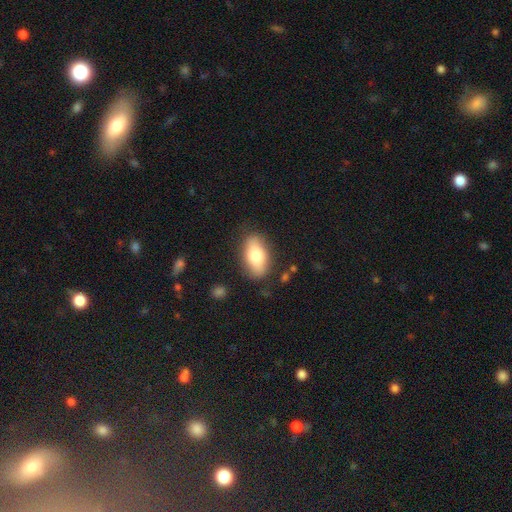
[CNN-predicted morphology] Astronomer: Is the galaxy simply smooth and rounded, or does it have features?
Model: smooth — 74%.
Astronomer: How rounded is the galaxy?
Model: in between — 88%.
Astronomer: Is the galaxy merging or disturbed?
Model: none — 81%.